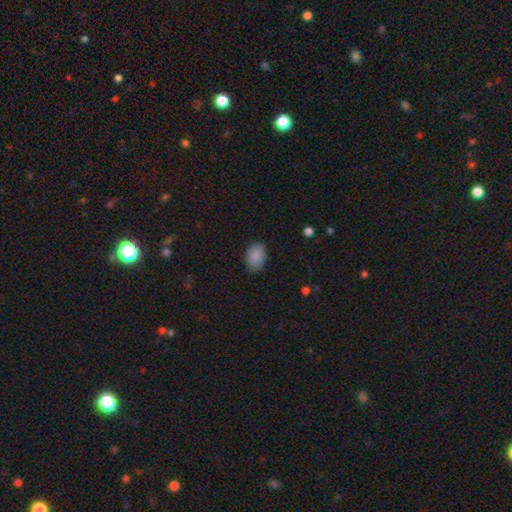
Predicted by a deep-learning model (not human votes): Smooth or featured?
  - smooth: 88% *
  - star or artifact: 7%
  - featured or disk: 5%
How rounded?
  - in between: 88% *
  - round: 11%
  - cigar-shaped: 1%
Merging?
  - none: 84% *
  - minor disturbance: 13%
  - major disturbance: 3%
  - merger: 1%